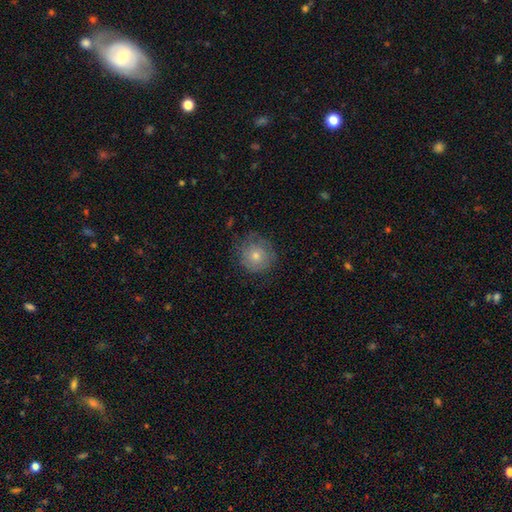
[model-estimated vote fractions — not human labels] Smooth or featured: smooth — 58% (featured or disk — 29%)
How rounded: round — 93% (in between — 6%)
Merging: none — 77% (minor disturbance — 16%)